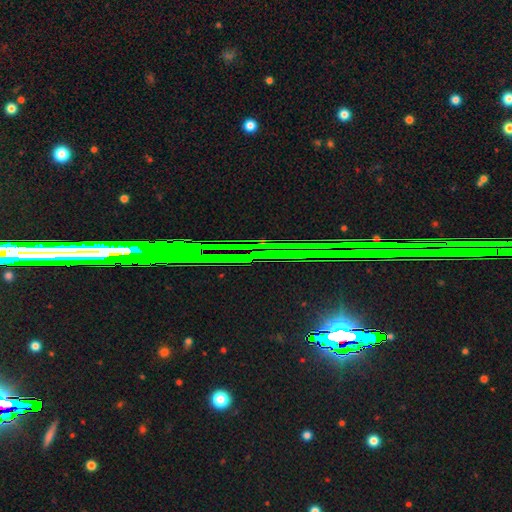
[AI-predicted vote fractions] This is likely a star or artifact rather than a galaxy (78%).